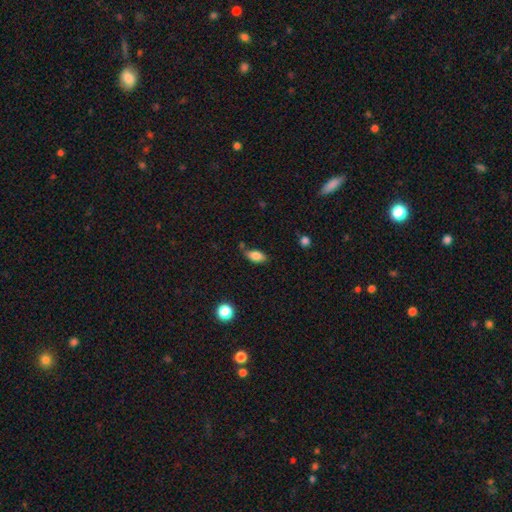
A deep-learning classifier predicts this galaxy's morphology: smooth-or-featured: smooth: 82% | featured or disk: 9% | star or artifact: 8%
  how-rounded: in between: 90% | round: 5% | cigar-shaped: 5%
  merging: none: 65% | minor disturbance: 23% | merger: 7% | major disturbance: 5%